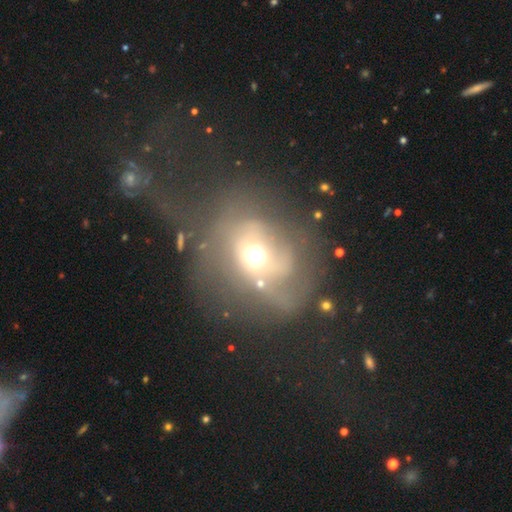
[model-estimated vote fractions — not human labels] A featured or disk galaxy (46%). Merging: major disturbance (42%).